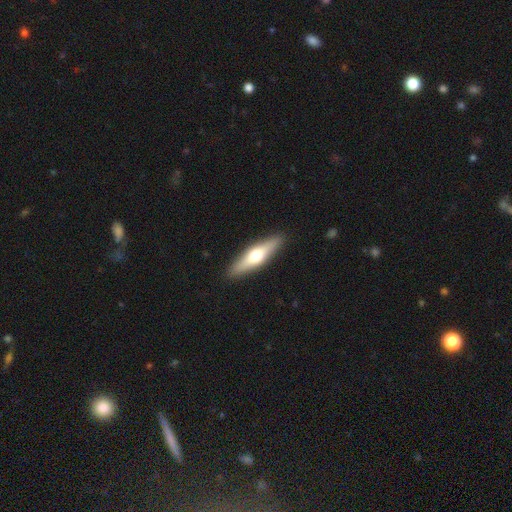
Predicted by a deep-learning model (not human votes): Smooth or featured? smooth (49%)
Merging? none (90%)